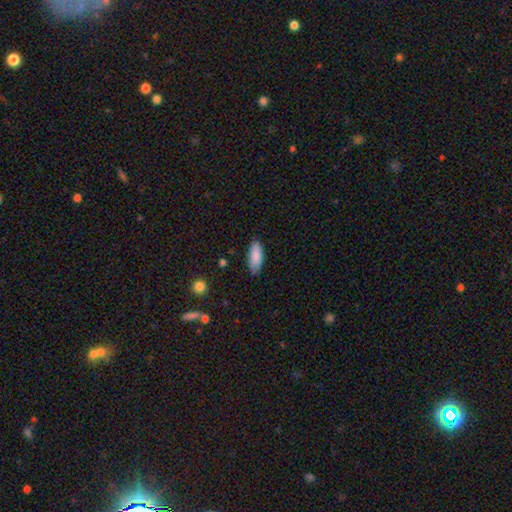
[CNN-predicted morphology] smooth-or-featured: smooth: 88% | star or artifact: 6% | featured or disk: 6%
  how-rounded: in between: 78% | cigar-shaped: 20% | round: 2%
  merging: none: 85% | minor disturbance: 12% | major disturbance: 2% | merger: 1%